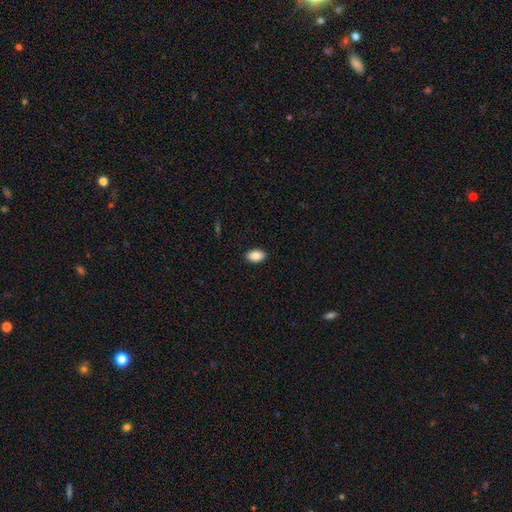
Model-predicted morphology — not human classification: Q: Smooth or featured?
A: smooth (86%); runner-up: star or artifact (7%)
Q: How rounded?
A: in between (92%); runner-up: round (7%)
Q: Merging?
A: none (90%); runner-up: minor disturbance (8%)